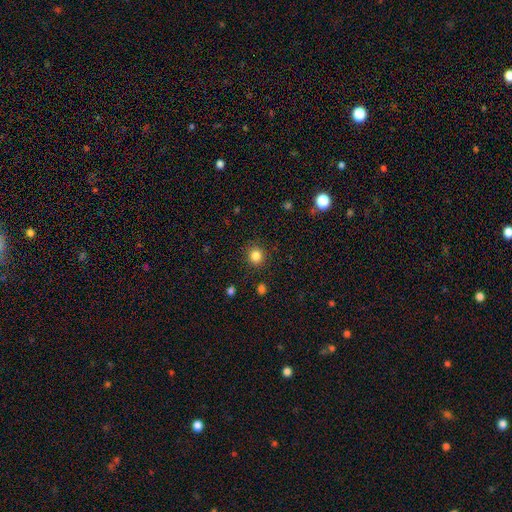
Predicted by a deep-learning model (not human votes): Q: Smooth or featured?
A: smooth (84%); runner-up: star or artifact (12%)
Q: How rounded?
A: round (89%); runner-up: in between (10%)
Q: Merging?
A: none (89%); runner-up: minor disturbance (7%)